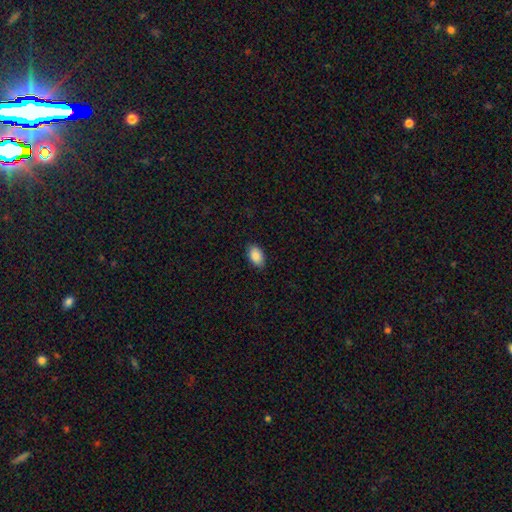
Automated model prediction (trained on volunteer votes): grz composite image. It shows a smooth galaxy with no disk features (89%) that is in between round and cigar-shaped (93%). Merging: none (87%).